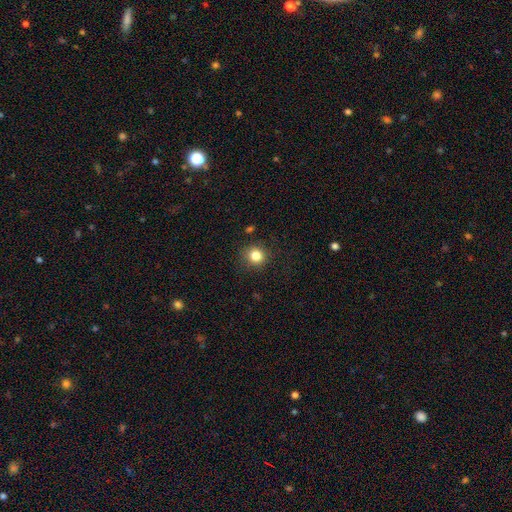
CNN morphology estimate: Q: Smooth or featured?
A: smooth (83%); runner-up: star or artifact (12%)
Q: How rounded?
A: round (89%); runner-up: in between (10%)
Q: Merging?
A: none (88%); runner-up: minor disturbance (8%)